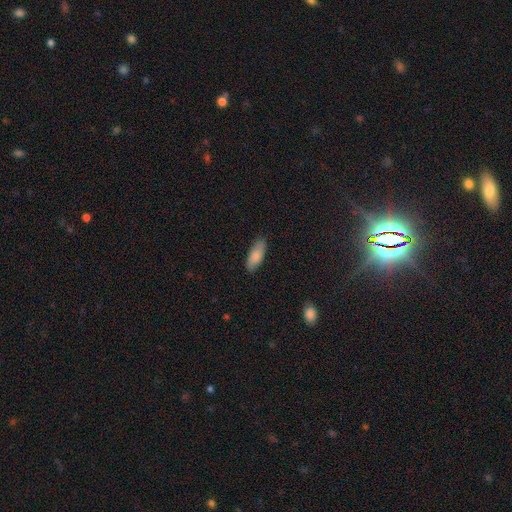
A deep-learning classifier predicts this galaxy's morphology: Smooth or featured?
  - smooth: 84% *
  - featured or disk: 10%
  - star or artifact: 6%
How rounded?
  - in between: 72% *
  - cigar-shaped: 26%
  - round: 2%
Merging?
  - none: 86% *
  - minor disturbance: 11%
  - major disturbance: 2%
  - merger: 1%